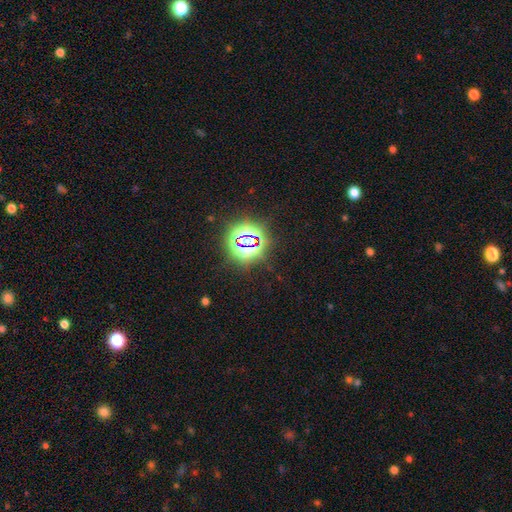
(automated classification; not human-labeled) smooth-or-featured: star or artifact: 82% | smooth: 11% | featured or disk: 6%